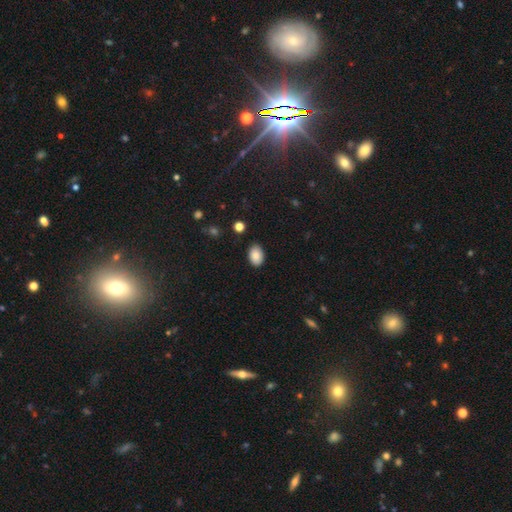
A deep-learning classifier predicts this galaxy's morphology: type=smooth (86%); roundness=in between (85%); merging=none (88%).